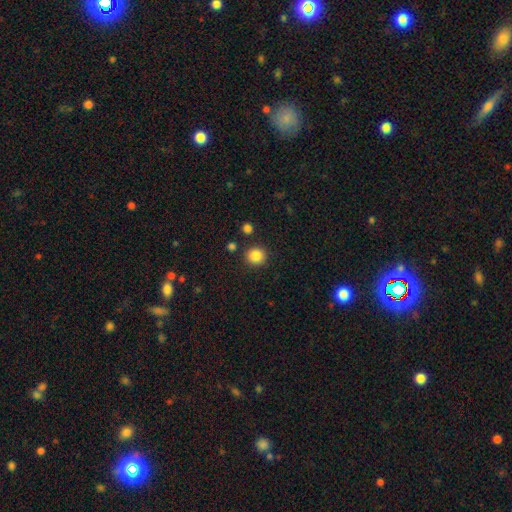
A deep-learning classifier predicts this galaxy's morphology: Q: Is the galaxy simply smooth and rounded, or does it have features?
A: smooth — 86%.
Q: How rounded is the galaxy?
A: round — 91%.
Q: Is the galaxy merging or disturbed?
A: none — 88%.